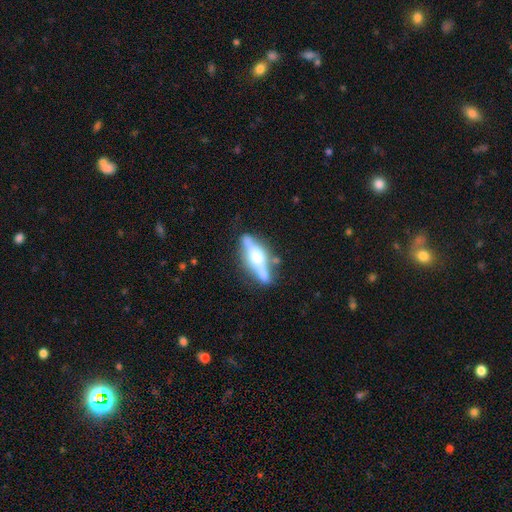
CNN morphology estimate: type=featured or disk (72%); edge-on=yes (91%); edge-on bulge=rounded (86%); merging=none (73%).